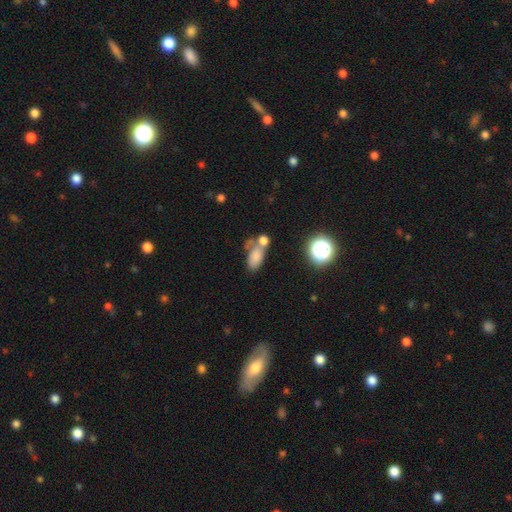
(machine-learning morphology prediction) type=smooth (74%); roundness=in between (86%); merging=merger (40%).